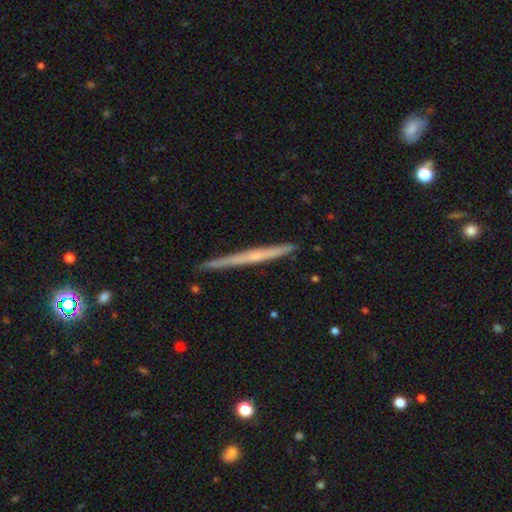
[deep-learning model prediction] Smooth or featured? Predicted: featured or disk (p=0.64). Edge-on disk? Predicted: yes (p=0.98). Edge-on bulge? Predicted: none (p=0.65). Merging? Predicted: none (p=0.89).